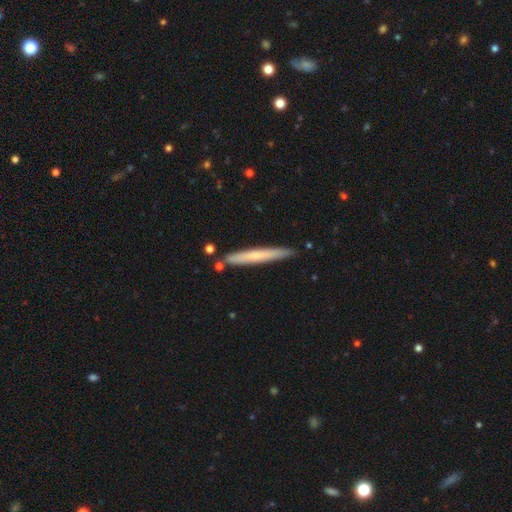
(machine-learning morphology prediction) smooth_or_featured: smooth (p=0.59) [alt: featured or disk p=0.35]
how_rounded: cigar-shaped (p=0.96) [alt: in between p=0.02]
merging: none (p=0.86) [alt: minor disturbance p=0.09]